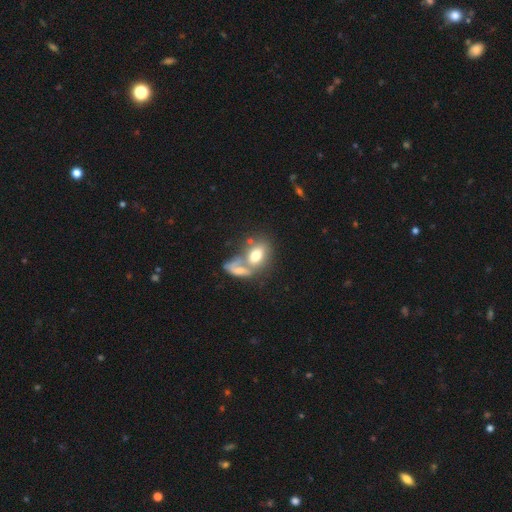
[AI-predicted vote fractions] The model was most divided on "merging": merger: 55%, none: 27%, minor disturbance: 10%, major disturbance: 8%. More confident: how rounded — in between (84%); smooth or featured — smooth (68%).